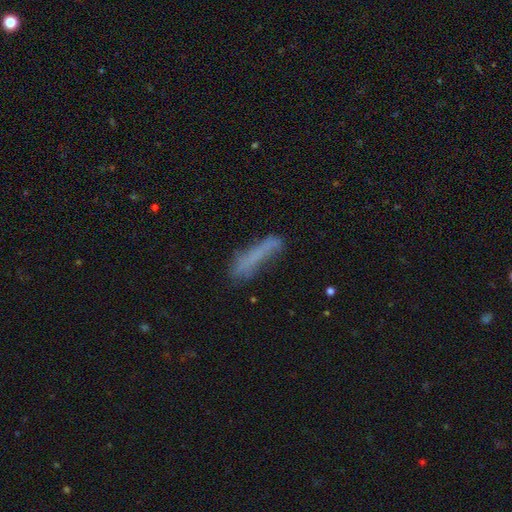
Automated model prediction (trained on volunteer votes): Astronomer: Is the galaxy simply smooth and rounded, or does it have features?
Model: smooth — 64%.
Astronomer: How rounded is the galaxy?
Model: cigar-shaped — 84%.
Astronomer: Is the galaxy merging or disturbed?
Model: none — 59%.